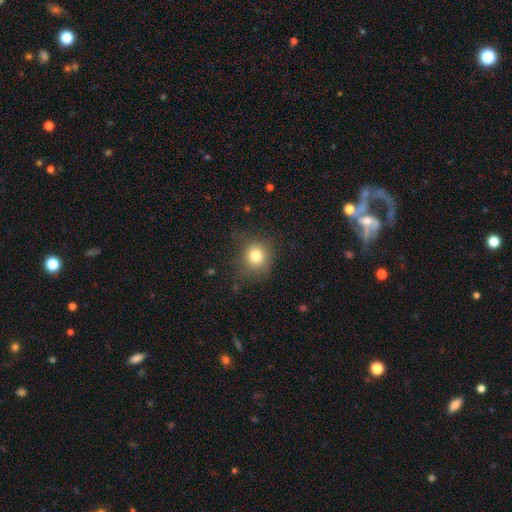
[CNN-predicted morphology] smooth-or-featured: smooth: 79% | star or artifact: 13% | featured or disk: 8%
  how-rounded: round: 86% | in between: 13% | cigar-shaped: 1%
  merging: none: 75% | minor disturbance: 17% | major disturbance: 7% | merger: 1%